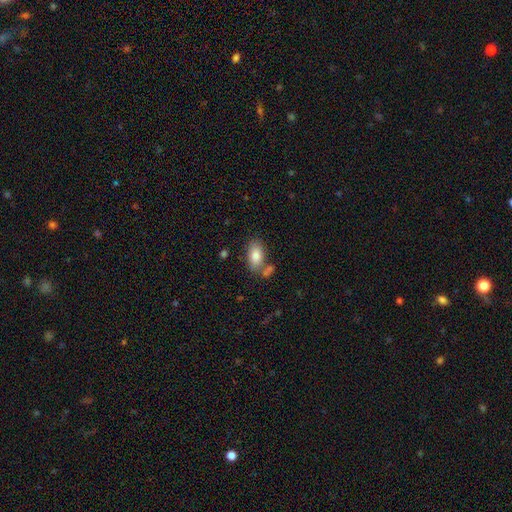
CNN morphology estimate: Q: Smooth or featured?
A: smooth (82%); runner-up: featured or disk (11%)
Q: How rounded?
A: in between (92%); runner-up: round (5%)
Q: Merging?
A: none (65%); runner-up: merger (16%)